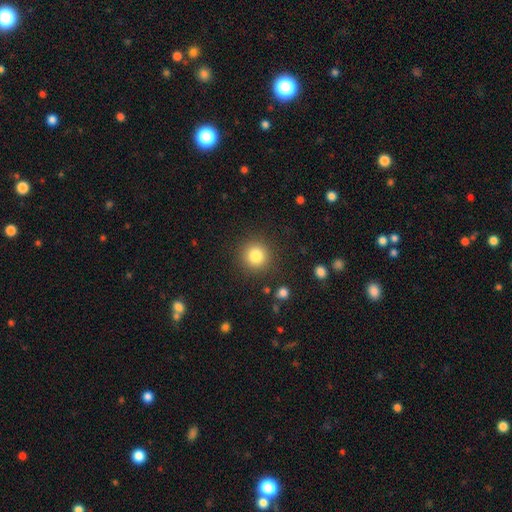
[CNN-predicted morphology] Smooth or featured? Predicted: smooth (p=0.83). How rounded? Predicted: round (p=0.94). Merging? Predicted: none (p=0.89).